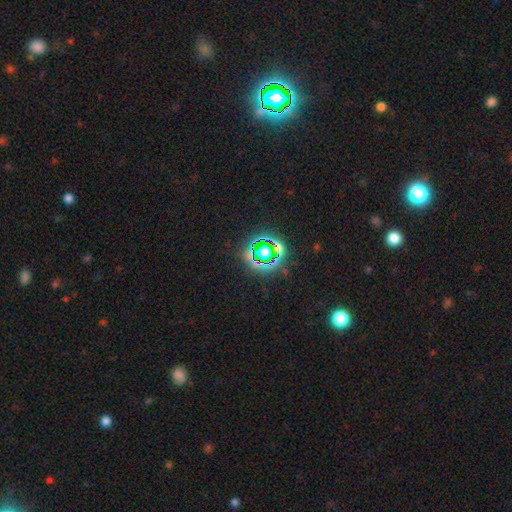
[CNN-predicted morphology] Q: Smooth or featured?
A: star or artifact (77%); runner-up: smooth (15%)